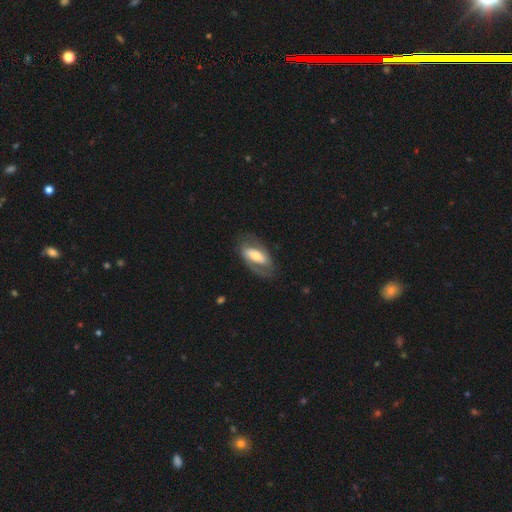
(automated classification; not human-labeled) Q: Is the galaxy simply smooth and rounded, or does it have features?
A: featured or disk — 61%.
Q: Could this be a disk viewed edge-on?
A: no — 88%.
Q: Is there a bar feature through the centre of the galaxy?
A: strong — 45%.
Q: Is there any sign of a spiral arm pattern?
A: yes — 63%.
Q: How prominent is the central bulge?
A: moderate — 62%.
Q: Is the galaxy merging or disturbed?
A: none — 68%.